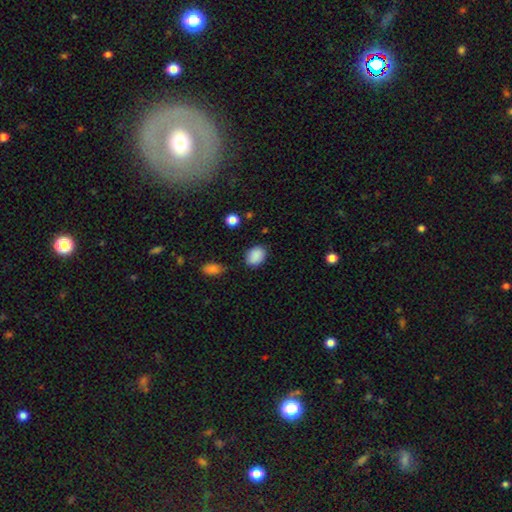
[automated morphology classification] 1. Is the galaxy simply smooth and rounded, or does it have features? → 88% smooth, 8% star or artifact, 4% featured or disk.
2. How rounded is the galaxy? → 65% in between, 34% round, 1% cigar-shaped.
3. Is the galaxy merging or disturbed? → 80% none, 15% minor disturbance, 3% major disturbance, 2% merger.